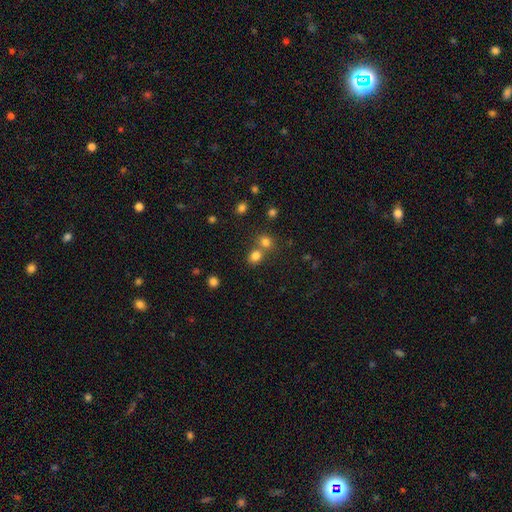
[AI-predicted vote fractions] Smooth or featured: smooth — 79% (star or artifact — 15%)
How rounded: round — 65% (in between — 34%)
Merging: none — 53% (merger — 37%)